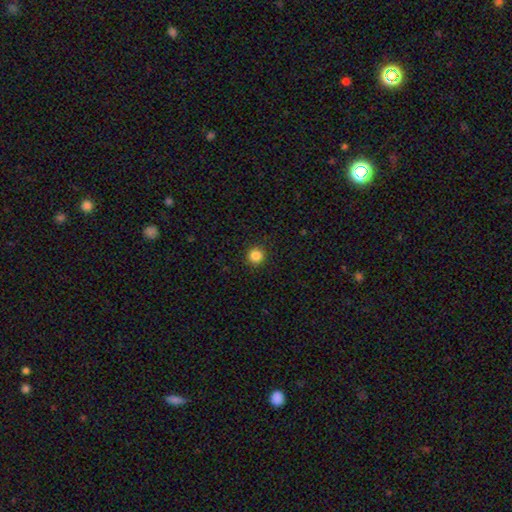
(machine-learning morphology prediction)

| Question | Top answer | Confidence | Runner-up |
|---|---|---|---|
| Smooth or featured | smooth | 85% | star or artifact (11%) |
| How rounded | round | 95% | in between (4%) |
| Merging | none | 93% | minor disturbance (5%) |